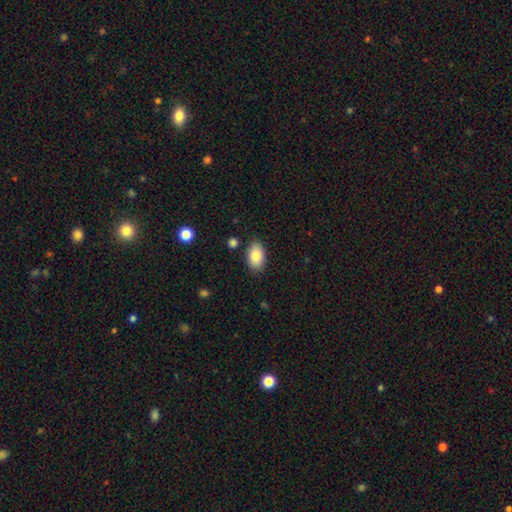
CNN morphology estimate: This is clearly a smooth galaxy (85%). How rounded: clearly in between (92%). Merging: clearly none (85%).